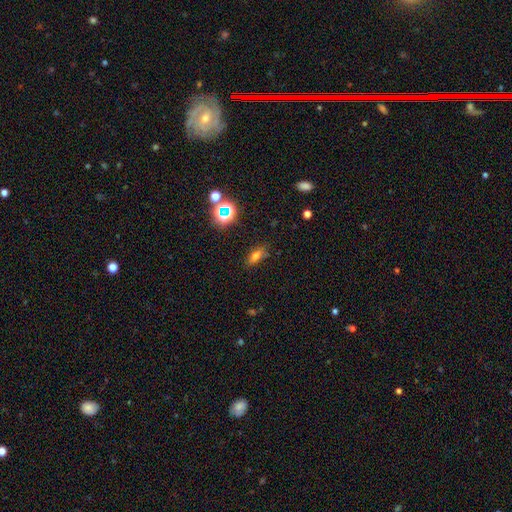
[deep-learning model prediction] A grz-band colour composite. It shows a smooth galaxy with no disk features (67%) that is in between round and cigar-shaped (74%). Merging: none (80%).